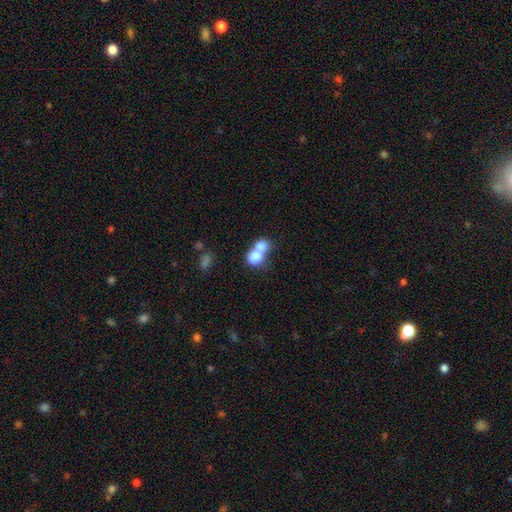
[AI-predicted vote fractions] Q: Smooth or featured?
A: smooth (74%); runner-up: featured or disk (17%)
Q: How rounded?
A: round (61%); runner-up: in between (38%)
Q: Merging?
A: merger (72%); runner-up: none (20%)